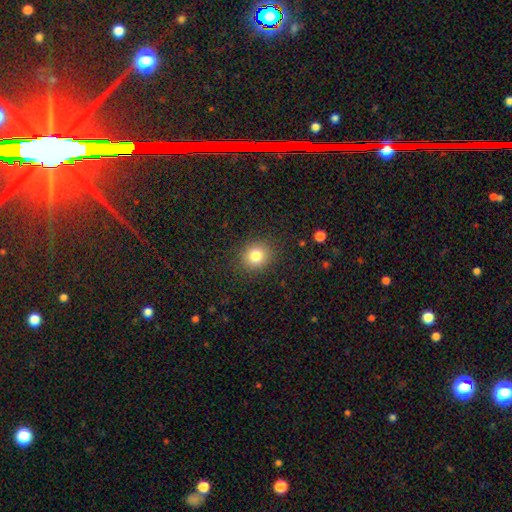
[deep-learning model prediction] Smooth or featured? Predicted: smooth (p=0.81). How rounded? Predicted: round (p=0.79). Merging? Predicted: none (p=0.88).